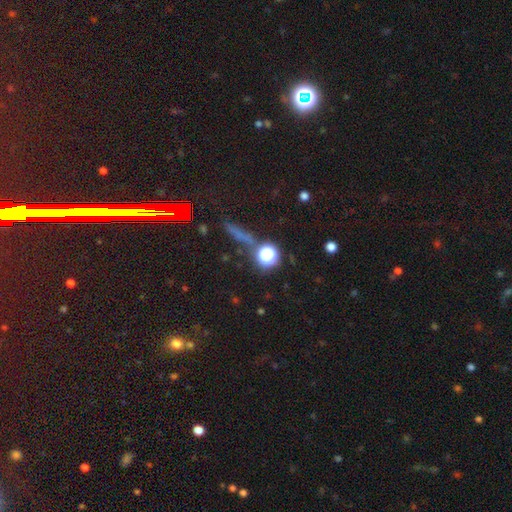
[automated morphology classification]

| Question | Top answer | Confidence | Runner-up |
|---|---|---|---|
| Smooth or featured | star or artifact | 76% | smooth (13%) |